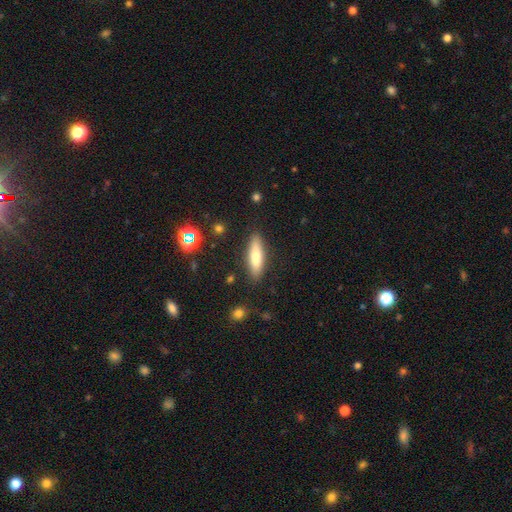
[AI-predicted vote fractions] Smooth or featured: smooth — 65% (featured or disk — 27%)
How rounded: cigar-shaped — 63% (in between — 35%)
Merging: none — 84% (minor disturbance — 10%)